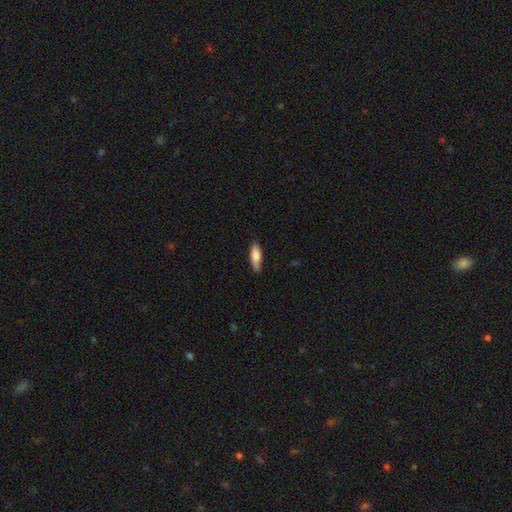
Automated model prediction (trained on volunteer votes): Overall: smooth (81%). How rounded: in between (51%; cigar-shaped 48%). Merging: none (77%).